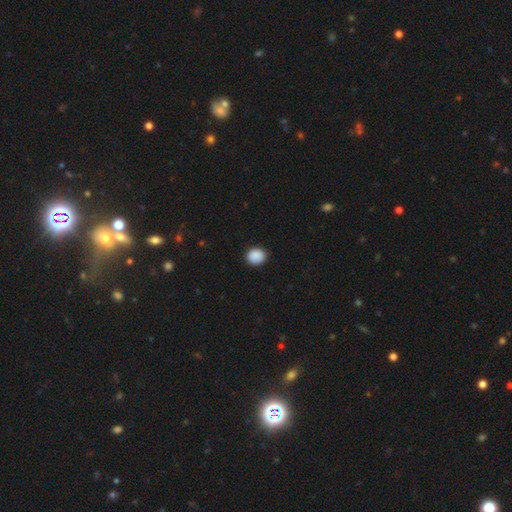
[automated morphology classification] Smooth or featured?
  - smooth: 90% *
  - star or artifact: 8%
  - featured or disk: 2%
How rounded?
  - round: 68% *
  - in between: 31%
  - cigar-shaped: 1%
Merging?
  - none: 90% *
  - minor disturbance: 8%
  - major disturbance: 2%
  - merger: 1%